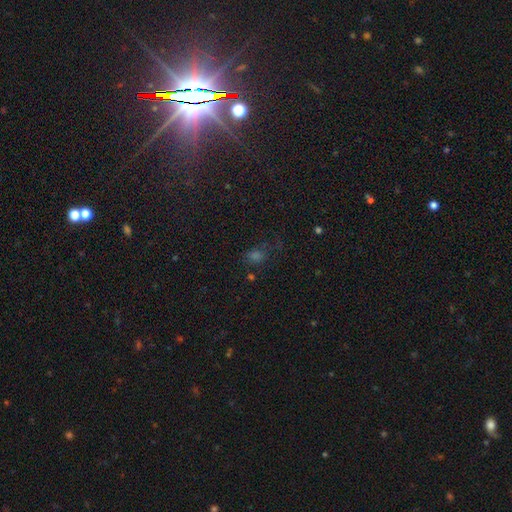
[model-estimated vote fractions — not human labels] The model was most divided on "smooth or featured": smooth: 46%, star or artifact: 43%, featured or disk: 11%. More confident: merging — none (63%).